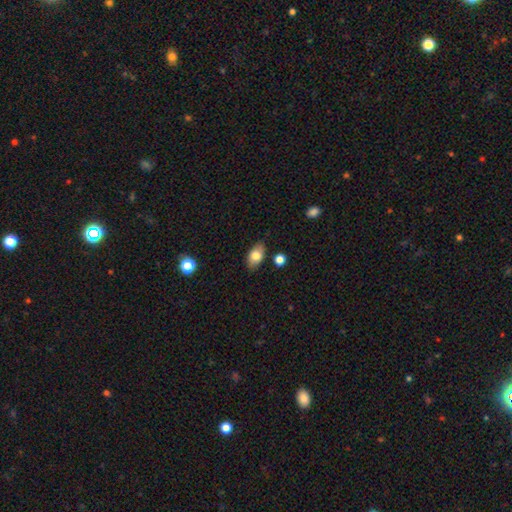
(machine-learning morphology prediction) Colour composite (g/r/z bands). It shows a smooth galaxy with no disk features (77%) that is in between round and cigar-shaped (89%). Merging: none (82%).